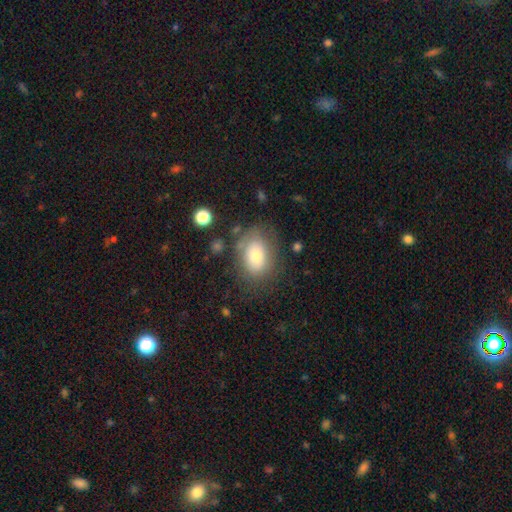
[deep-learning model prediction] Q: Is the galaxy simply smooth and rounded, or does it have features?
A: smooth — 73%.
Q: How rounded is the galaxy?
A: in between — 78%.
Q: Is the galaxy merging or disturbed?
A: none — 69%.